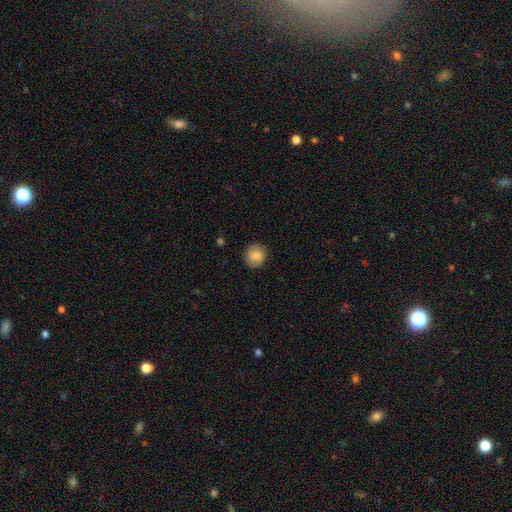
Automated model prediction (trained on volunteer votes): smooth-or-featured: smooth: 83% | featured or disk: 9% | star or artifact: 8%
  how-rounded: round: 85% | in between: 14% | cigar-shaped: 1%
  merging: none: 86% | minor disturbance: 11% | major disturbance: 2% | merger: 1%